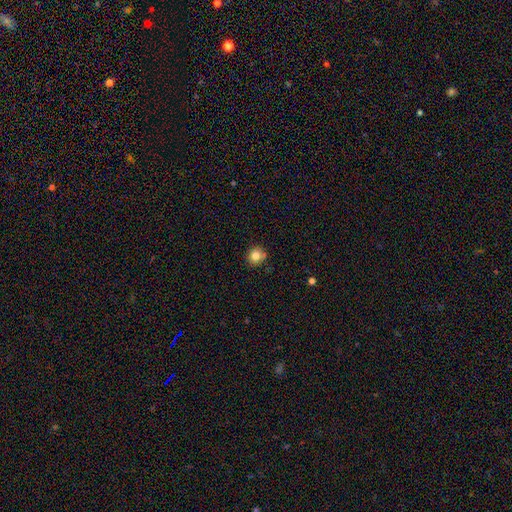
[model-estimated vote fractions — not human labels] Smooth or featured? smooth (81%)
How rounded? round (86%)
Merging? none (82%)